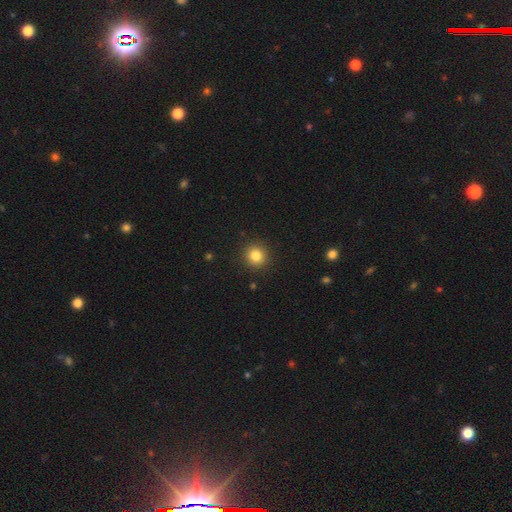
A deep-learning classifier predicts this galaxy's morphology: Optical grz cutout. It shows a smooth galaxy with no disk features (83%) that is round (93%). Merging: none (92%).